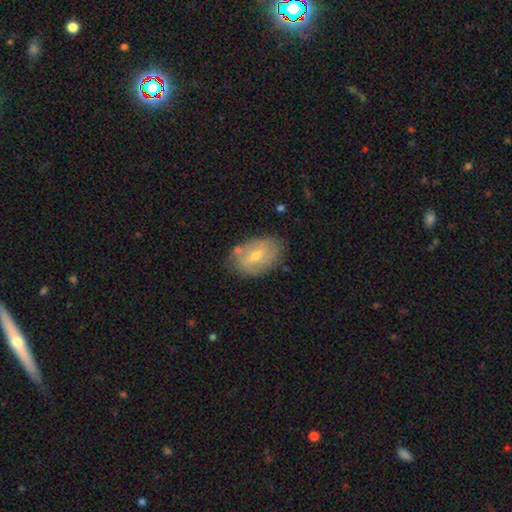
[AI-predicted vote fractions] Overall: featured or disk (54%; smooth 38%). Edge-on disk: no (92%). Merging: none (75%).